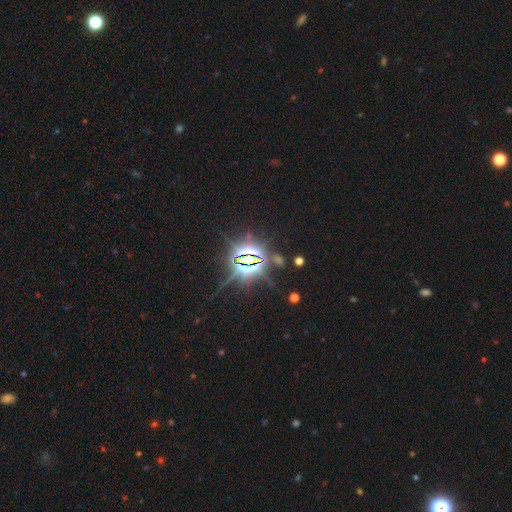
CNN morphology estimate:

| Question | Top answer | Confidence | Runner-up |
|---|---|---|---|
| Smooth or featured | star or artifact | 86% | smooth (7%) |